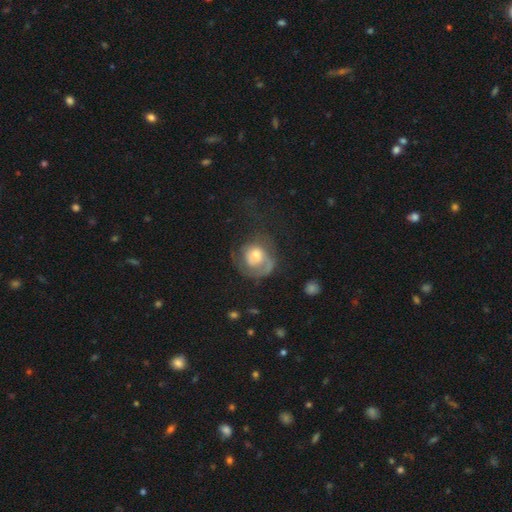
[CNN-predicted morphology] Overall: featured or disk (56%; smooth 36%). Edge-on disk: no (97%). Bar: no (78%). Spiral arms: yes (74%). Bulge size: moderate (58%; small 21%). Merging: none (46%; major disturbance 31%).